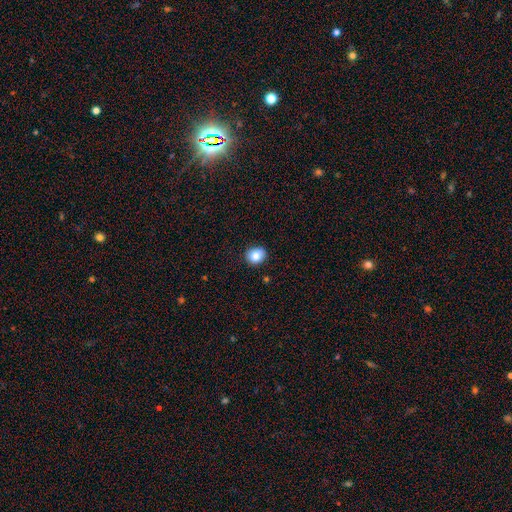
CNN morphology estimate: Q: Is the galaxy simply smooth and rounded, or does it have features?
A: smooth — 84%.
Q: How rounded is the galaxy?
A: round — 70%.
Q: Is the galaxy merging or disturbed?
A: none — 89%.